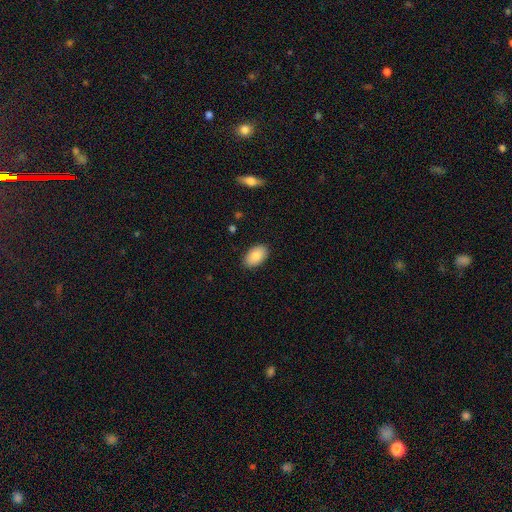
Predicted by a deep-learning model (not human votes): Morphology: type=smooth (86%); roundness=in between (93%); merging=none (87%).